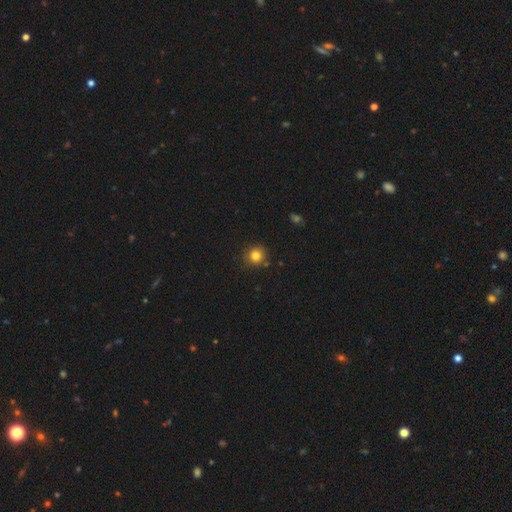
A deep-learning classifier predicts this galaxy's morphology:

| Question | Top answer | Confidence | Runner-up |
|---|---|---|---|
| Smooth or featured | smooth | 81% | star or artifact (13%) |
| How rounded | round | 92% | in between (8%) |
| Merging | none | 86% | minor disturbance (9%) |